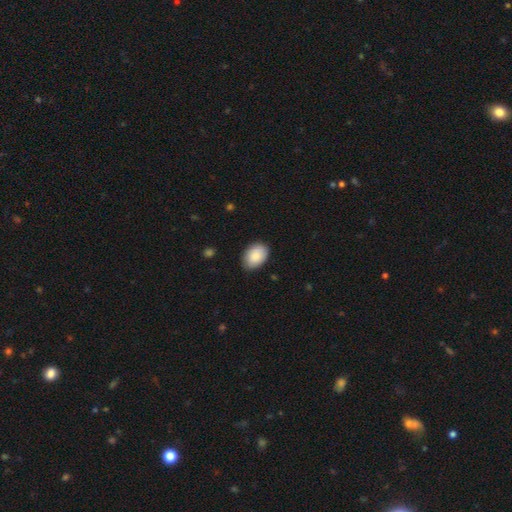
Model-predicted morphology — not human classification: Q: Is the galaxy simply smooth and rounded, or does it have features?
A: smooth — 88%.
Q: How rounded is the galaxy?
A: in between — 84%.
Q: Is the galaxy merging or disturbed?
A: none — 85%.